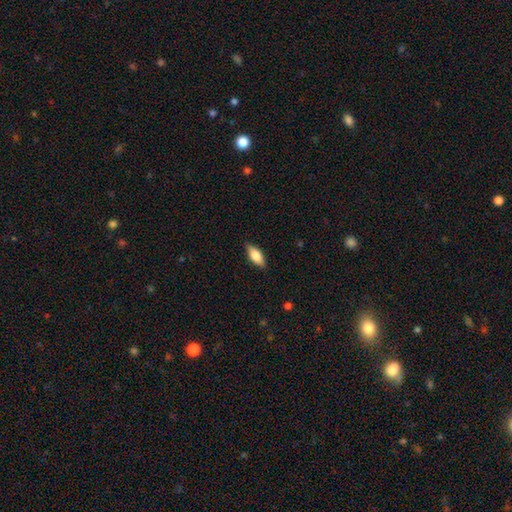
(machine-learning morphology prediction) A smooth galaxy with no disk features (78%) that is in between round and cigar-shaped (79%).

Vote fractions:
- Smooth or featured? smooth: 78% / featured or disk: 16% / star or artifact: 6%
- How rounded? in between: 79% / cigar-shaped: 18% / round: 3%
- Merging? none: 85% / minor disturbance: 12% / major disturbance: 2% / merger: 1%